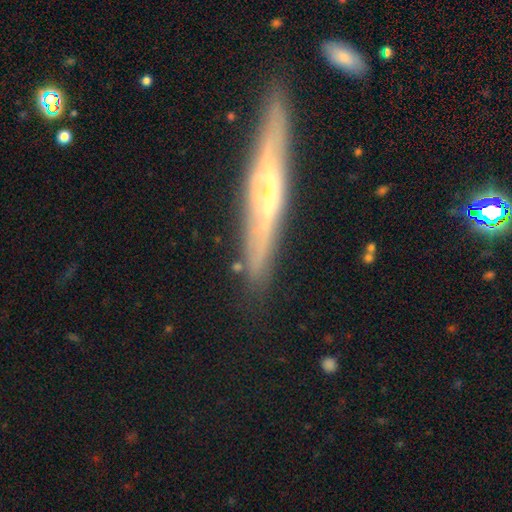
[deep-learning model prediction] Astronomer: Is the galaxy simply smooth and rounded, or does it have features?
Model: featured or disk — 73%.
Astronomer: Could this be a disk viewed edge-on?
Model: yes — 86%.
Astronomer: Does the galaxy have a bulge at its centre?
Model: rounded — 59%.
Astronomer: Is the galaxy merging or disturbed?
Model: none — 84%.